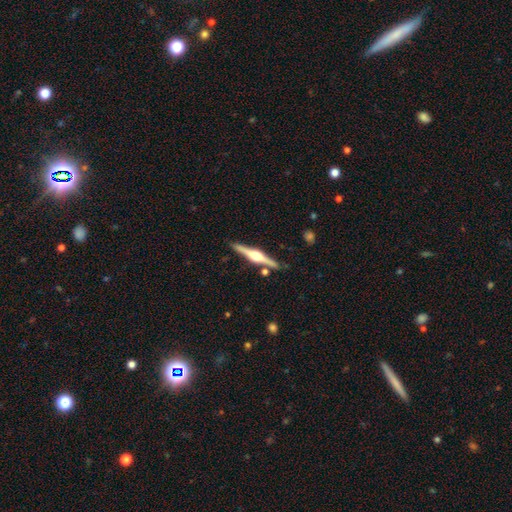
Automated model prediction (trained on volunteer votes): smooth_or_featured: featured or disk (p=0.82) [alt: smooth p=0.14]
disk_edge_on: yes (p=0.98) [alt: no p=0.02]
edge_on_bulge: rounded (p=0.92) [alt: boxy p=0.06]
merging: none (p=0.87) [alt: minor disturbance p=0.08]